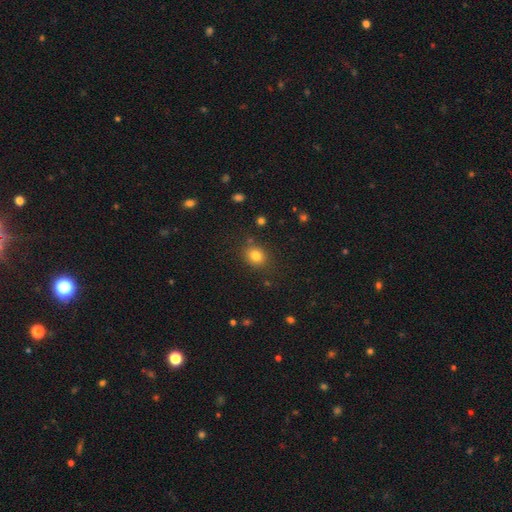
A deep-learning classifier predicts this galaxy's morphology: The model was most divided on "how rounded": round: 68%, in between: 31%, cigar-shaped: 1%. More confident: merging — none (82%); smooth or featured — smooth (81%).